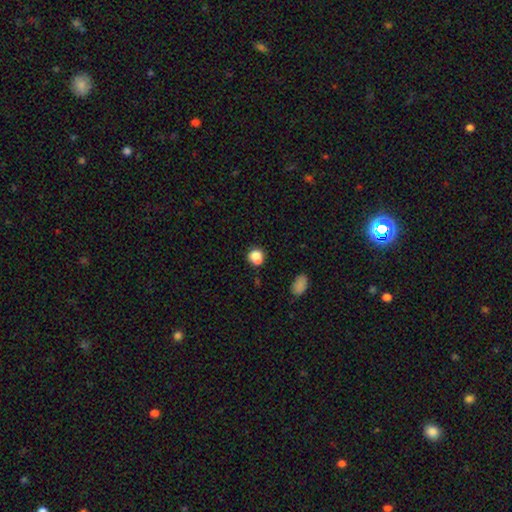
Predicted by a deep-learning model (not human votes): smooth-or-featured: smooth: 79% | star or artifact: 11% | featured or disk: 10%
  how-rounded: round: 78% | in between: 21% | cigar-shaped: 1%
  merging: none: 51% | merger: 28% | minor disturbance: 16% | major disturbance: 6%